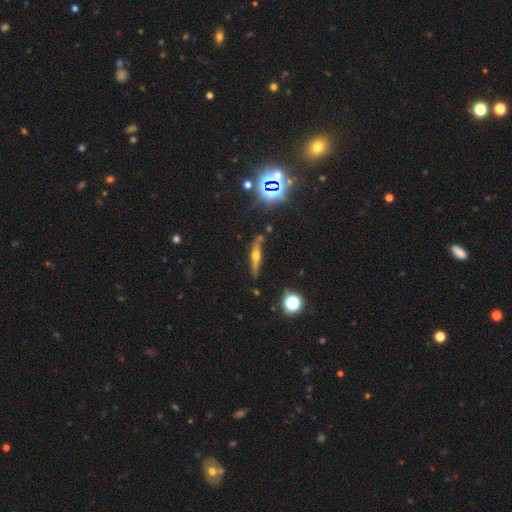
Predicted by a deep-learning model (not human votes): This is likely a featured or disk galaxy (63%). It is clearly viewed edge-on (93%). Edge-on bulge: clearly rounded (93%). Merging: likely none (78%).